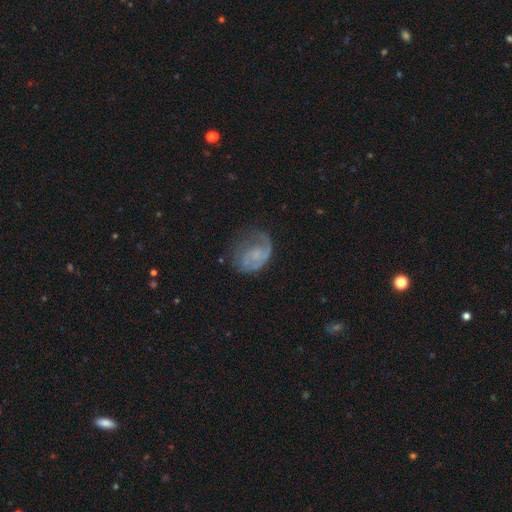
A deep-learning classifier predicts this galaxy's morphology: A featured or disk galaxy (58%) with no bar (76%), spiral arms (72%) and no central bulge (57%).

Vote fractions:
- Smooth or featured? featured or disk: 58% / smooth: 32% / star or artifact: 9%
- Edge-on disk? no: 98% / yes: 2%
- Bar? no: 76% / weak: 21% / strong: 3%
- Spiral arms? yes: 72% / no: 28%
- Bulge size? none: 57% / small: 29% / moderate: 10% / large: 3% / dominant: 1%
- Merging? none: 39% / major disturbance: 34% / minor disturbance: 25% / merger: 2%